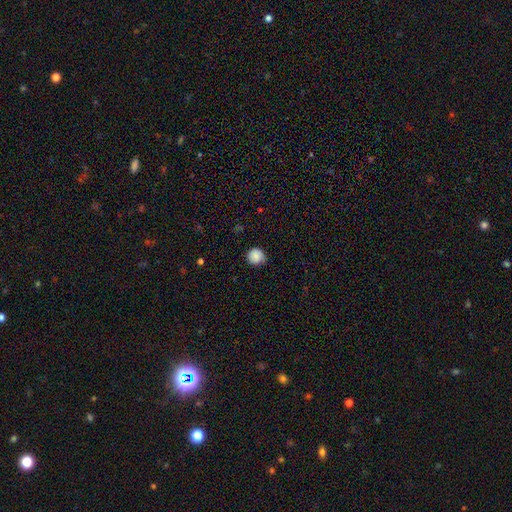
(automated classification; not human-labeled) Q: Smooth or featured?
A: smooth (86%); runner-up: star or artifact (9%)
Q: How rounded?
A: round (91%); runner-up: in between (8%)
Q: Merging?
A: none (77%); runner-up: minor disturbance (19%)